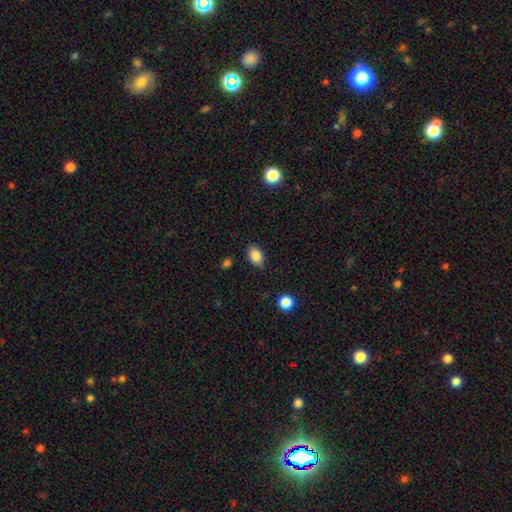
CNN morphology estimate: The model was most divided on "merging": none: 81%, minor disturbance: 14%, major disturbance: 3%, merger: 2%. More confident: smooth or featured — smooth (85%); how rounded — in between (84%).